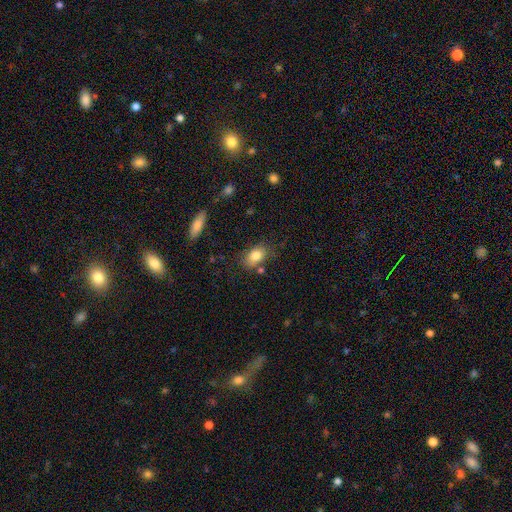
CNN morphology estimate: Smooth or featured: smooth — 81% (featured or disk — 10%)
How rounded: in between — 82% (round — 16%)
Merging: none — 71% (minor disturbance — 17%)